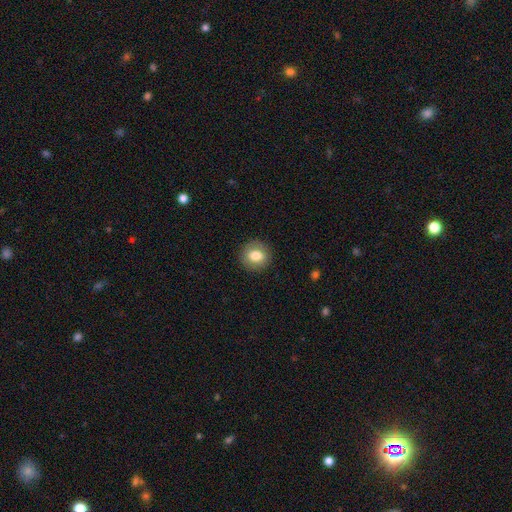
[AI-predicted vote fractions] smooth-or-featured: smooth: 80% | featured or disk: 11% | star or artifact: 9%
  how-rounded: round: 81% | in between: 18% | cigar-shaped: 1%
  merging: none: 90% | minor disturbance: 7% | major disturbance: 2% | merger: 1%